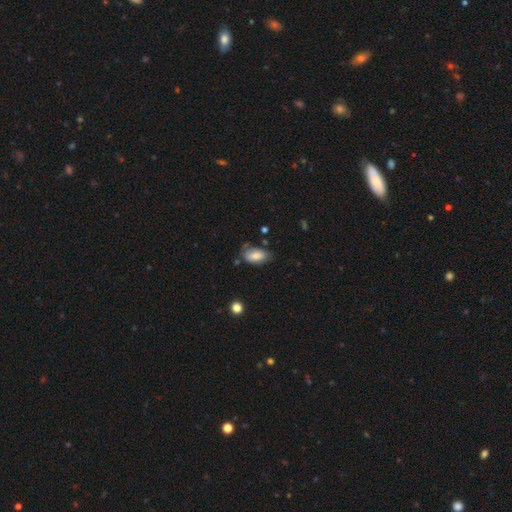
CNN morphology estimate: Smooth or featured?
  - smooth: 74% *
  - featured or disk: 19%
  - star or artifact: 7%
How rounded?
  - in between: 93% *
  - round: 5%
  - cigar-shaped: 3%
Merging?
  - none: 58% *
  - minor disturbance: 30%
  - major disturbance: 8%
  - merger: 4%